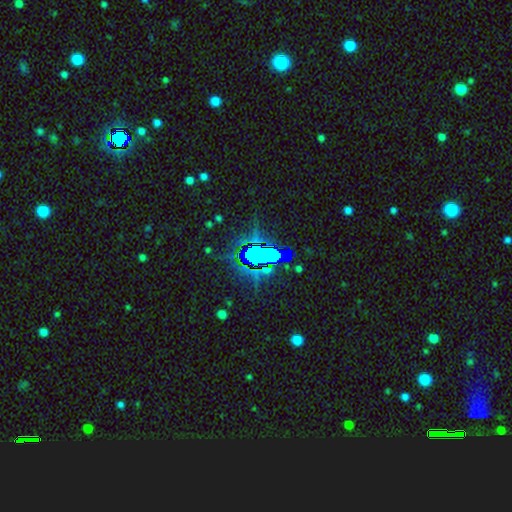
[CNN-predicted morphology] smooth_or_featured: star or artifact (p=0.71) [alt: smooth p=0.18]